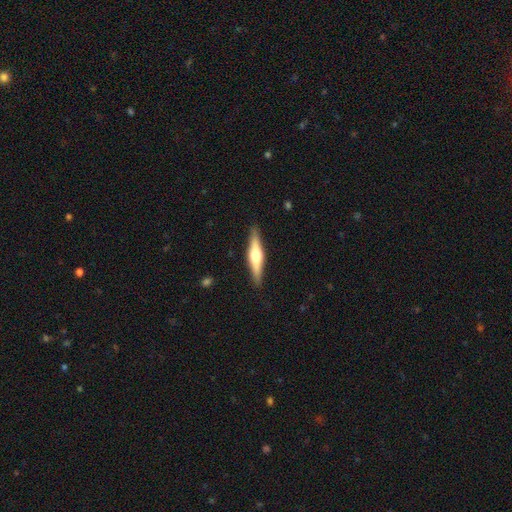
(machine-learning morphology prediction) Overall: featured or disk (60%; smooth 34%). Edge-on disk: yes (97%). Edge-on bulge: rounded (89%). Merging: none (90%).